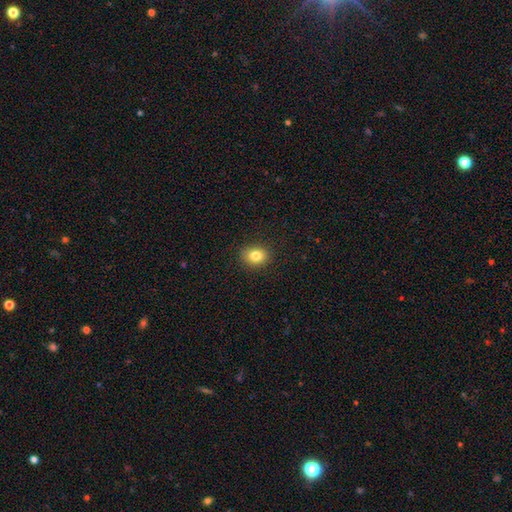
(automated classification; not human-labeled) A smooth galaxy with no disk features (83%) that is round (50%).

Vote fractions:
- Smooth or featured? smooth: 83% / star or artifact: 10% / featured or disk: 7%
- How rounded? round: 50% / in between: 49% / cigar-shaped: 1%
- Merging? none: 90% / minor disturbance: 7% / major disturbance: 2% / merger: 1%